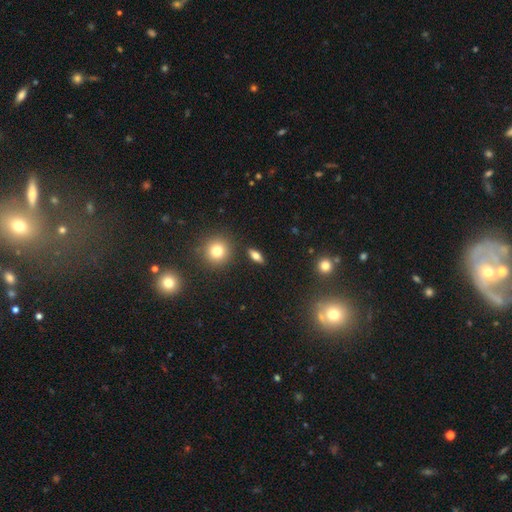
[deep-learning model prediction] Morphology: type=smooth (69%); roundness=in between (66%); merging=none (88%).